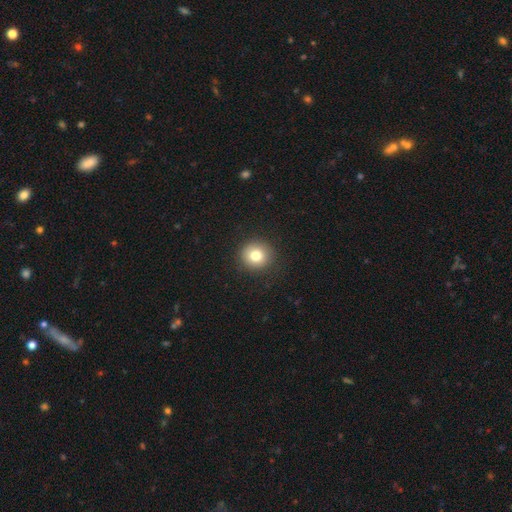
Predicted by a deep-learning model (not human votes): A smooth galaxy with no disk features (79%) that is round (92%). Merging: none (90%).